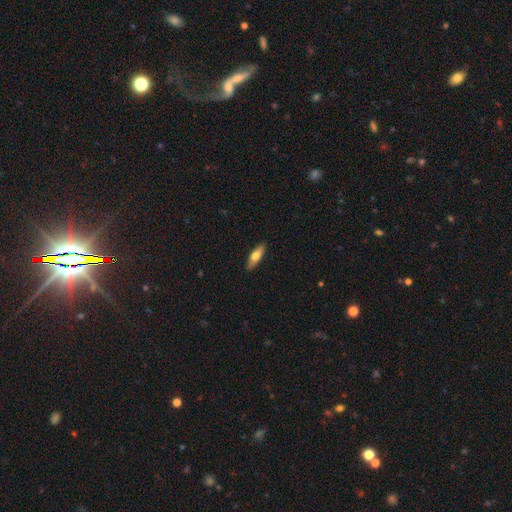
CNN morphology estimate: type=smooth (65%); roundness=in between (50%); merging=none (88%).